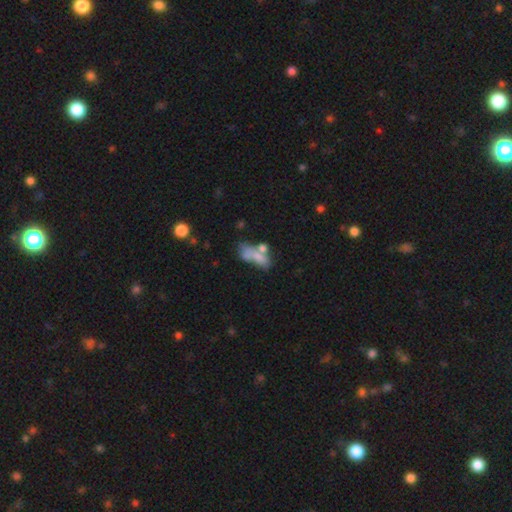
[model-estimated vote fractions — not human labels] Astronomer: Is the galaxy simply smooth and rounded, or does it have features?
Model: smooth — 60%.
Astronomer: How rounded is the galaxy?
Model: in between — 75%.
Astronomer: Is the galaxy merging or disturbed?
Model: merger — 45% (runner-up: none, 24%).